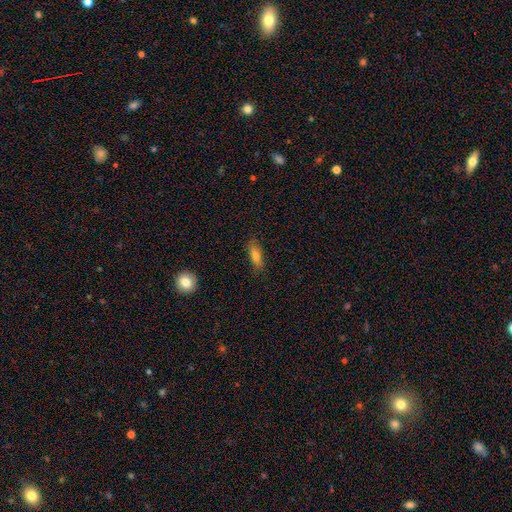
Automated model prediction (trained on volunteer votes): Smooth or featured? smooth (76%)
How rounded? in between (61%)
Merging? none (84%)